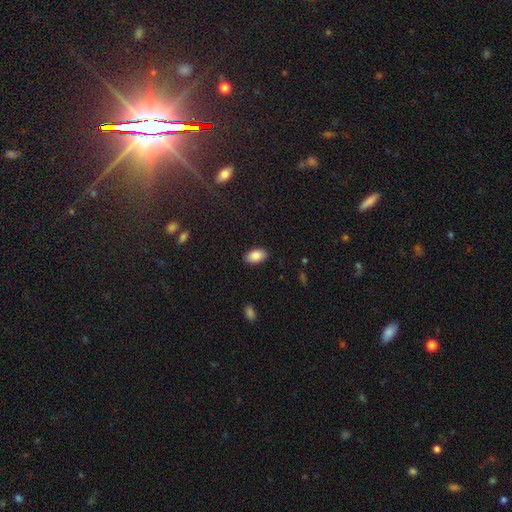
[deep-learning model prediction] Smooth or featured? smooth (88%)
How rounded? in between (94%)
Merging? none (87%)